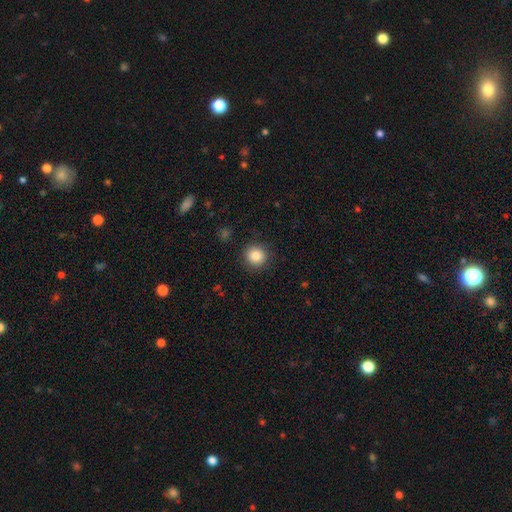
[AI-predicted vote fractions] Overall: smooth (85%). How rounded: round (92%). Merging: none (89%).